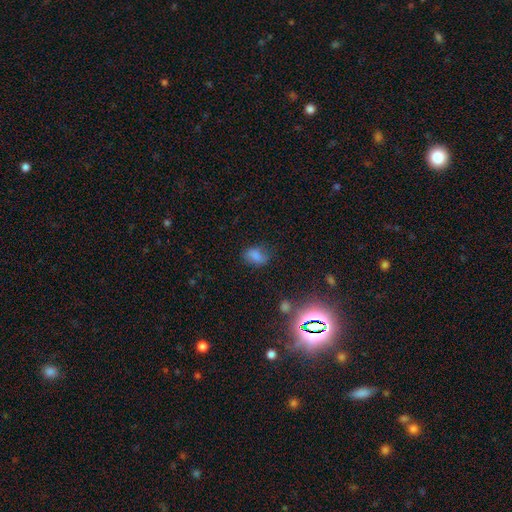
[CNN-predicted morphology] Smooth or featured?
  - smooth: 77% *
  - star or artifact: 14%
  - featured or disk: 9%
How rounded?
  - in between: 81% *
  - round: 17%
  - cigar-shaped: 2%
Merging?
  - none: 59% *
  - minor disturbance: 27%
  - major disturbance: 11%
  - merger: 3%